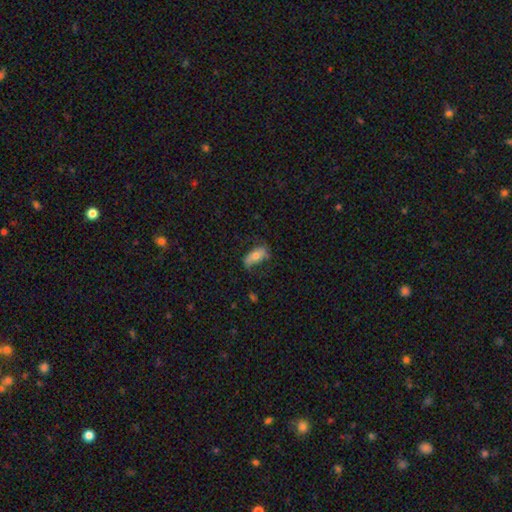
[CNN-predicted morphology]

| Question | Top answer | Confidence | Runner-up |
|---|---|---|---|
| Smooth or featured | smooth | 62% | featured or disk (30%) |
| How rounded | in between | 83% | cigar-shaped (12%) |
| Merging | none | 59% | minor disturbance (27%) |